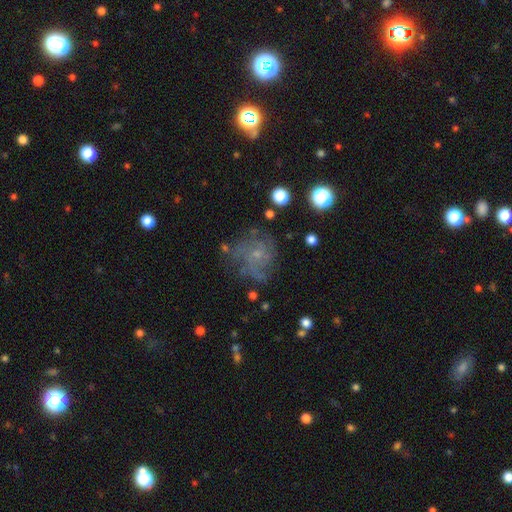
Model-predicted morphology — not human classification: smooth_or_featured: featured or disk (p=0.60) [alt: smooth p=0.24]
disk_edge_on: no (p=0.98) [alt: yes p=0.02]
bar: no (p=0.82) [alt: weak p=0.16]
has_spiral_arms: yes (p=0.78) [alt: no p=0.22]
bulge_size: small (p=0.72) [alt: moderate p=0.17]
merging: none (p=0.60) [alt: minor disturbance p=0.20]